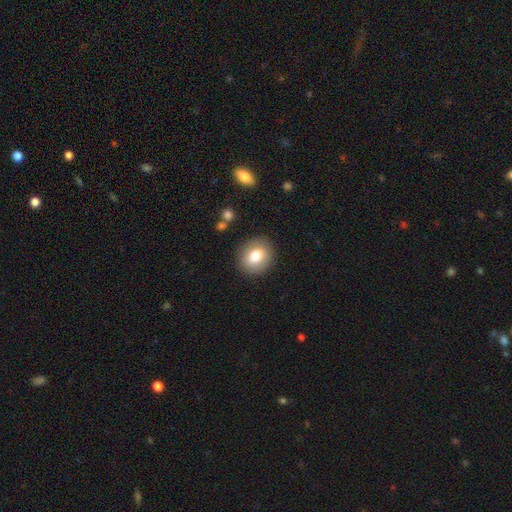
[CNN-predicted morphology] type=smooth (75%); roundness=round (69%); merging=none (88%).